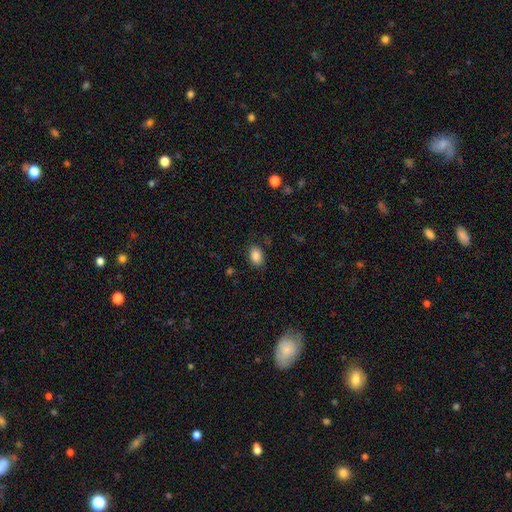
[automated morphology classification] A smooth galaxy with no disk features (87%) that is in between round and cigar-shaped (82%). Merging: none (83%).